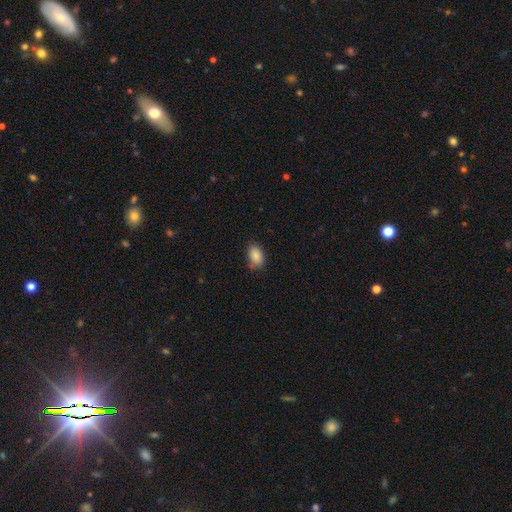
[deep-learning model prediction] Q: Smooth or featured?
A: smooth (88%); runner-up: star or artifact (8%)
Q: How rounded?
A: in between (90%); runner-up: round (9%)
Q: Merging?
A: none (76%); runner-up: minor disturbance (19%)